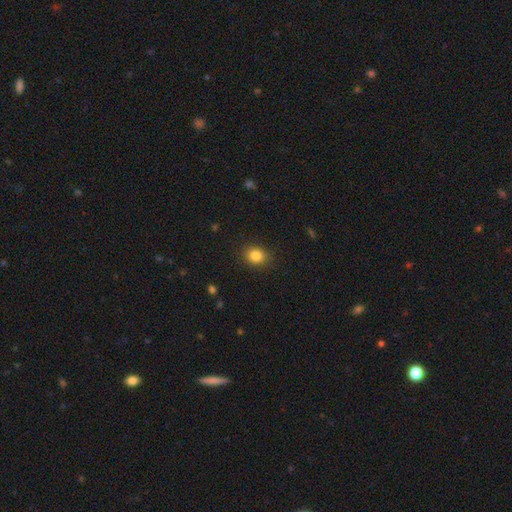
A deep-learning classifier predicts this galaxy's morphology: This appears to be a smooth galaxy with no disk features (85%) that is round (64%). Merging: none (88%).